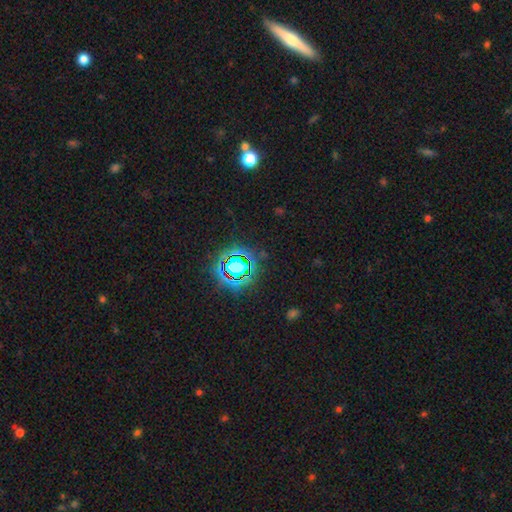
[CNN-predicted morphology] Q: Smooth or featured?
A: star or artifact (80%); runner-up: smooth (13%)